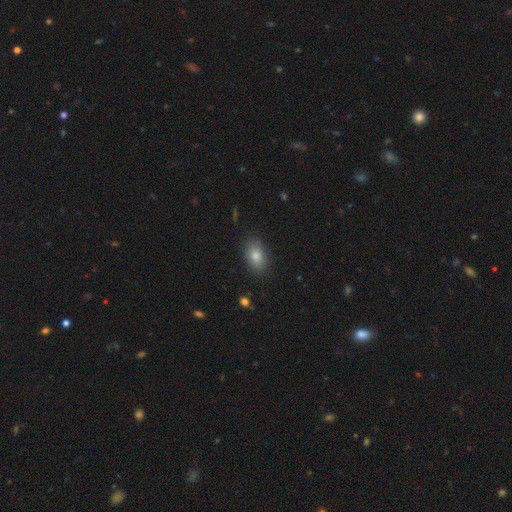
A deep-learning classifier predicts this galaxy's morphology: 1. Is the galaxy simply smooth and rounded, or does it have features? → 81% smooth, 11% star or artifact, 8% featured or disk.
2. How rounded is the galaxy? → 85% in between, 13% round, 2% cigar-shaped.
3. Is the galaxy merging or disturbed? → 86% none, 10% minor disturbance, 2% major disturbance, 1% merger.